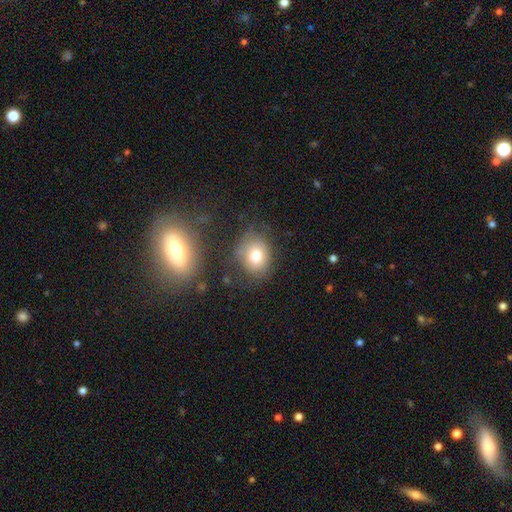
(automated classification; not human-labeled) Smooth or featured? Predicted: smooth (p=0.75). How rounded? Predicted: round (p=0.58). Merging? Predicted: none (p=0.66).